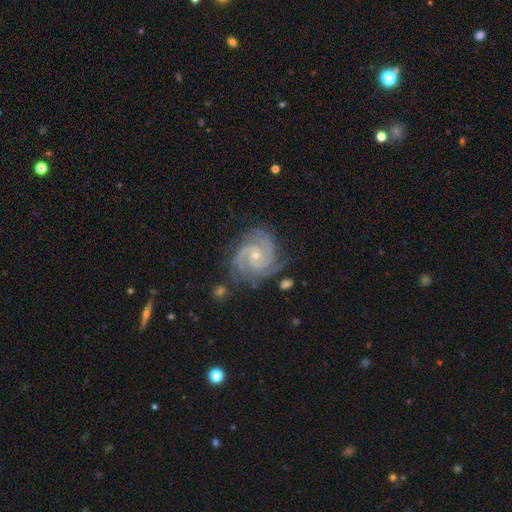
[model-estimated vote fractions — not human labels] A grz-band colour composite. It shows a featured or disk galaxy (93%) with no bar (65%), 3 (40%) tight (70%) spiral arms (99%) and a small central bulge (66%). Merging: none (74%).